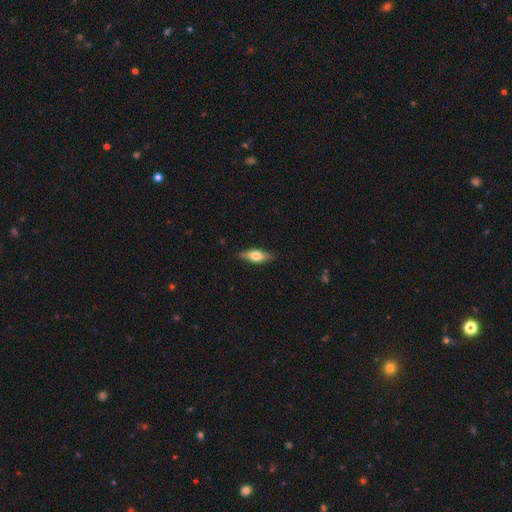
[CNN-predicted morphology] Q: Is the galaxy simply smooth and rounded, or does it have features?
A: smooth — 60%.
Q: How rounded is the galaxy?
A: in between — 62%.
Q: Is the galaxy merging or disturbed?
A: none — 86%.